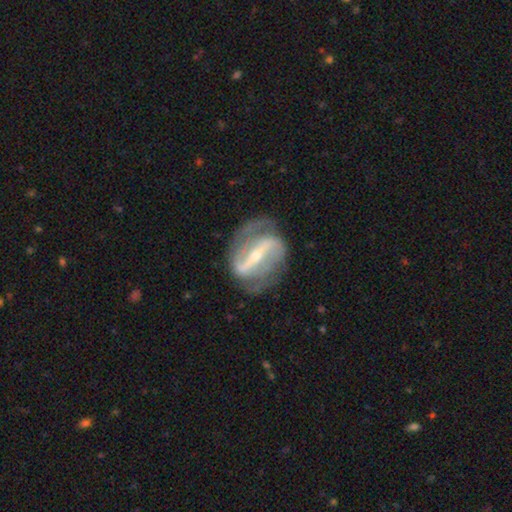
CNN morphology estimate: smooth_or_featured: featured or disk (p=0.88) [alt: smooth p=0.07]
disk_edge_on: no (p=0.93) [alt: yes p=0.07]
bar: strong (p=0.79) [alt: weak p=0.16]
has_spiral_arms: yes (p=0.91) [alt: no p=0.09]
spiral_winding: medium (p=0.44) [alt: loose p=0.29]
spiral_arm_count: 2 (p=0.87) [alt: can't tell p=0.06]
bulge_size: small (p=0.60) [alt: moderate p=0.36]
merging: none (p=0.72) [alt: minor disturbance p=0.17]